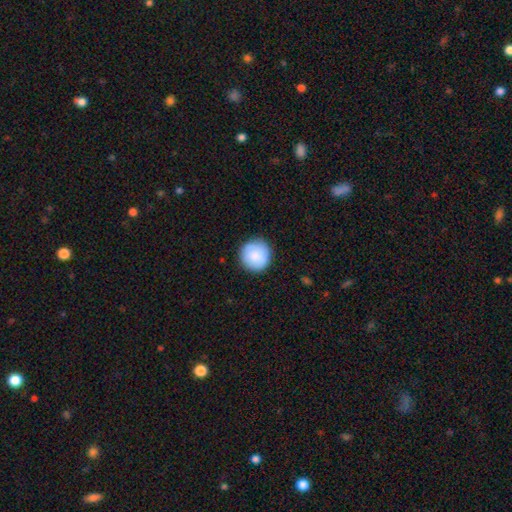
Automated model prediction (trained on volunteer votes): This appears to be a smooth galaxy with no disk features (85%) that is round (95%). Merging: none (88%).